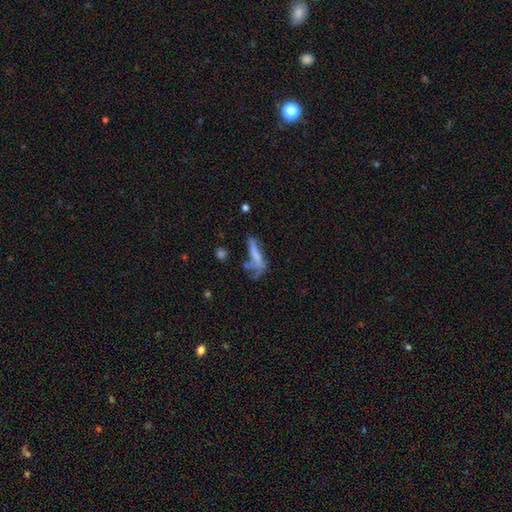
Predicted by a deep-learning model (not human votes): A smooth galaxy with no disk features (57%) that is cigar-shaped (68%).

Vote fractions:
- Smooth or featured? smooth: 57% / featured or disk: 31% / star or artifact: 12%
- How rounded? cigar-shaped: 68% / in between: 29% / round: 3%
- Merging? none: 32% (tied) / major disturbance: 32% (tied) / minor disturbance: 23% / merger: 14%